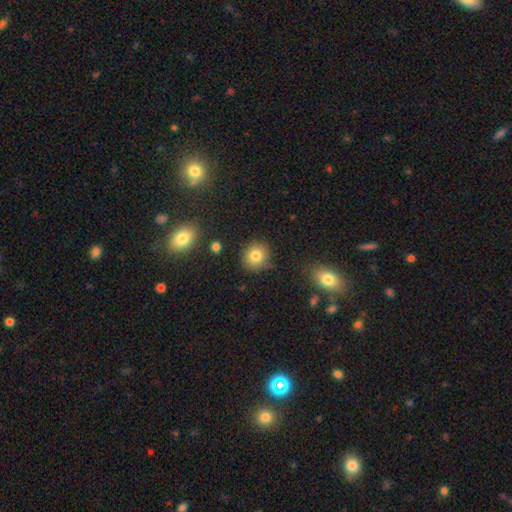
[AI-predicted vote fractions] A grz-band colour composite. It shows a smooth galaxy with no disk features (81%) that is round (89%). Merging: none (84%).